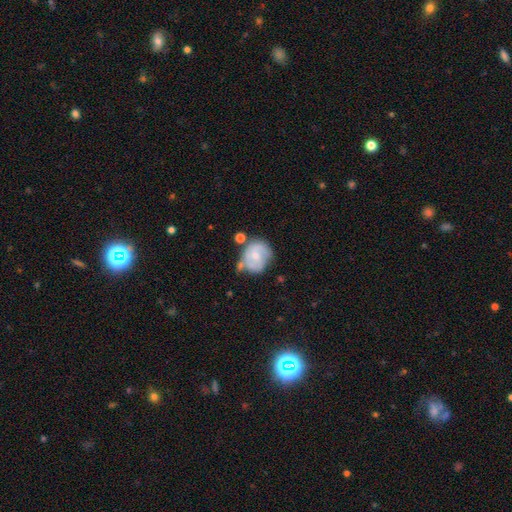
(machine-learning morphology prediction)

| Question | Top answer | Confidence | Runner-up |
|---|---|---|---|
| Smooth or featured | smooth | 49% | featured or disk (44%) |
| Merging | none | 43% | minor disturbance (30%) |